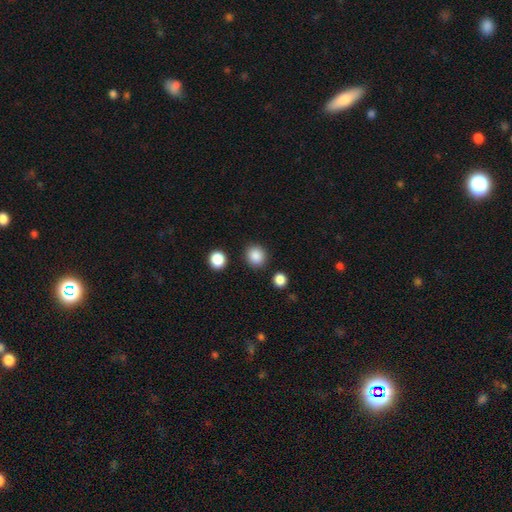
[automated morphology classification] A smooth galaxy with no disk features (87%) that is round (87%). Merging: none (88%).